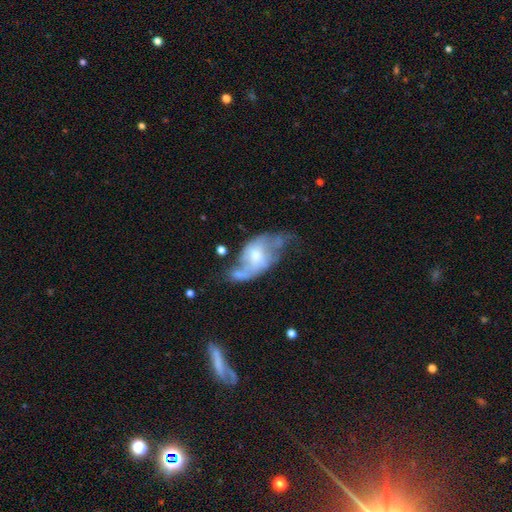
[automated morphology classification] A featured or disk galaxy (72%) with no bar (52%), spiral arms (75%) and a moderate central bulge (54%).

Vote fractions:
- Smooth or featured? featured or disk: 72% / smooth: 21% / star or artifact: 7%
- Edge-on disk? no: 93% / yes: 7%
- Bar? no: 52% / weak: 39% / strong: 10%
- Spiral arms? yes: 75% / no: 25%
- Bulge size? moderate: 54% / small: 31% / large: 9% / none: 5% / dominant: 1%
- Merging? none: 34% / major disturbance: 29% / minor disturbance: 27% / merger: 10%